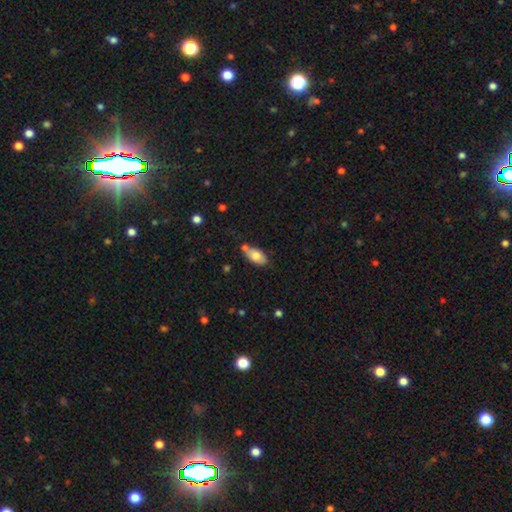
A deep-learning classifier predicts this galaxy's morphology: Smooth or featured? Predicted: smooth (p=0.75). How rounded? Predicted: in between (p=0.92). Merging? Predicted: none (p=0.63).